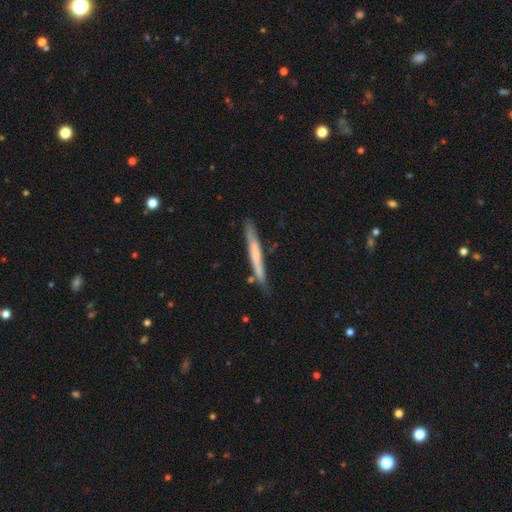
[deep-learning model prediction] A smooth galaxy with no disk features (54%) that is cigar-shaped (97%). Merging: none (79%).